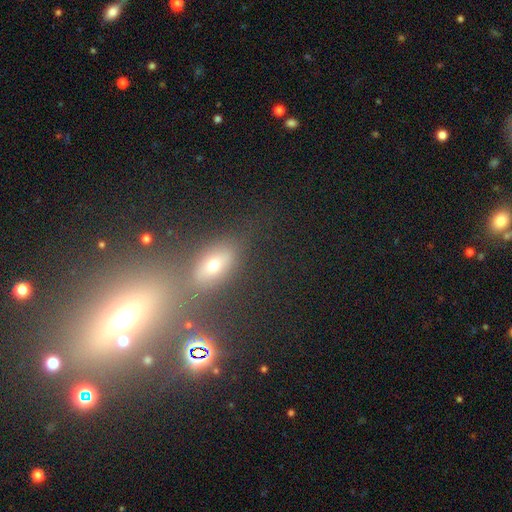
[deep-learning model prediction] Q: Smooth or featured?
A: smooth (41%); runner-up: star or artifact (34%)
Q: Merging?
A: none (60%); runner-up: merger (22%)